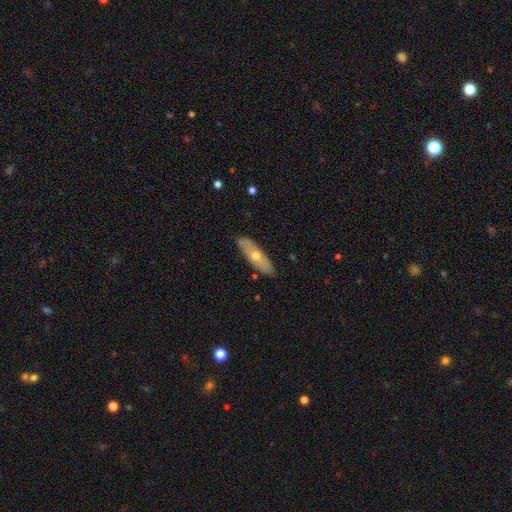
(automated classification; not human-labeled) The model was most divided on "how rounded": in between: 51%, cigar-shaped: 46%, round: 3%. More confident: merging — none (86%); smooth or featured — smooth (51%).